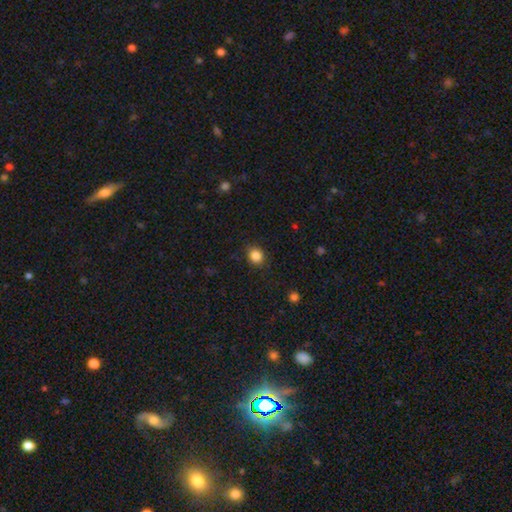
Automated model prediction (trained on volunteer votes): Morphology: type=smooth (85%); roundness=round (75%); merging=none (88%).